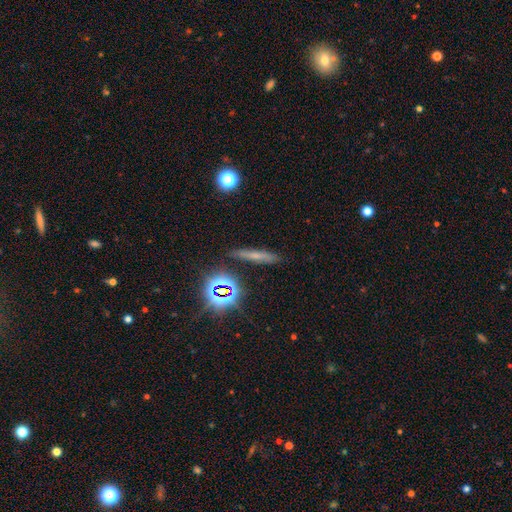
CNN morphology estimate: smooth-or-featured: smooth: 53% | featured or disk: 25% | star or artifact: 22%
  how-rounded: cigar-shaped: 84% | in between: 9% | round: 7%
  merging: none: 85% | minor disturbance: 10% | major disturbance: 3% | merger: 3%